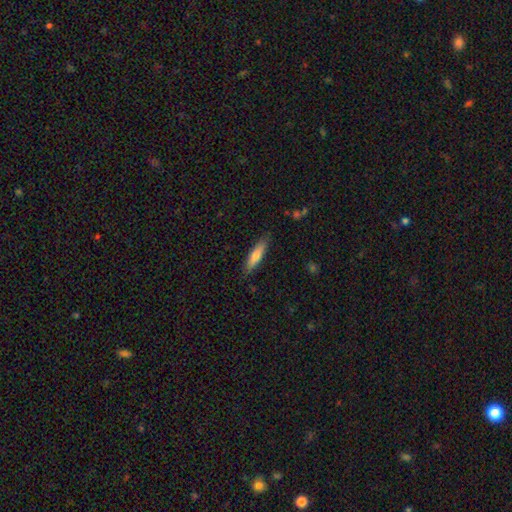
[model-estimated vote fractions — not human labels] Smooth or featured: smooth — 75% (featured or disk — 20%)
How rounded: cigar-shaped — 77% (in between — 22%)
Merging: none — 86% (minor disturbance — 11%)